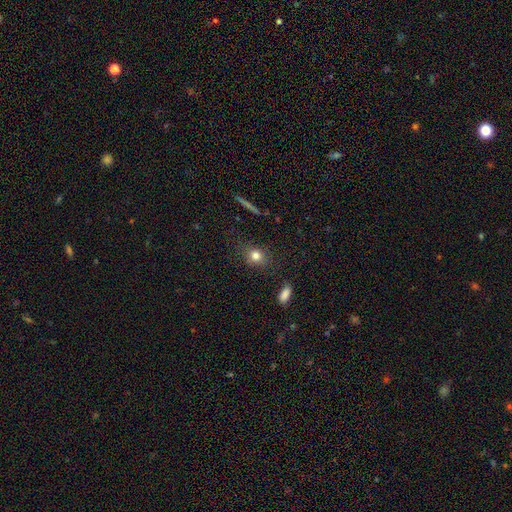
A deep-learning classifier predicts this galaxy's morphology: Smooth or featured? smooth (80%)
How rounded? round (59%)
Merging? none (81%)